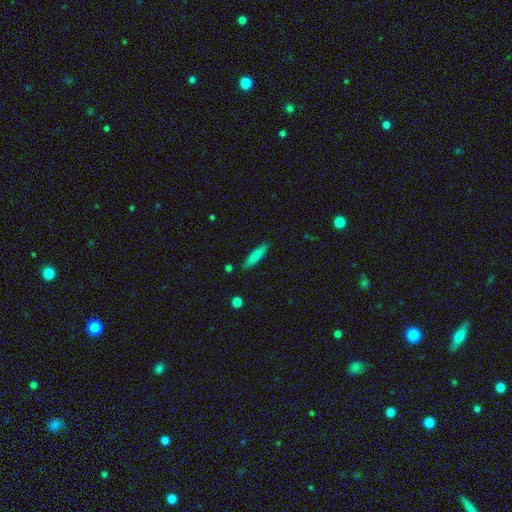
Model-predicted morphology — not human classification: smooth 80%, featured or disk 14%, star or artifact 6%. Down the decision tree: how rounded — cigar-shaped (84%); merging — none (87%).